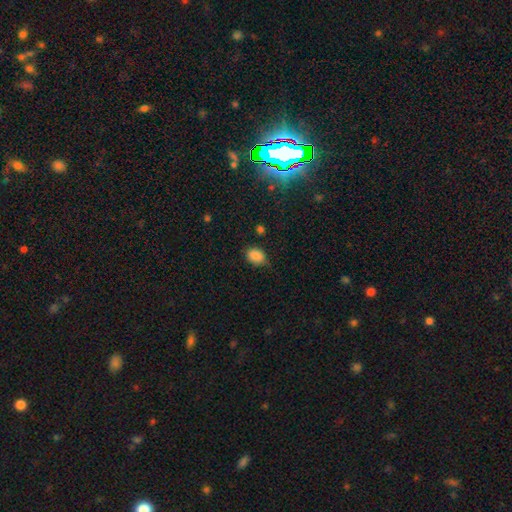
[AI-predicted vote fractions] A smooth galaxy with no disk features (86%) that is in between round and cigar-shaped (70%). Merging: none (71%).